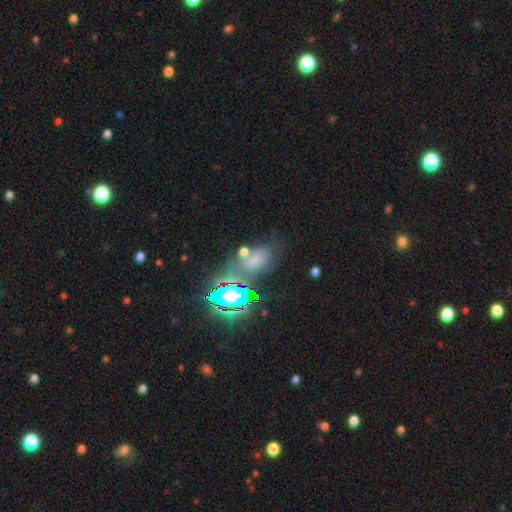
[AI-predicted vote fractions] Morphology: type=star or artifact (46%).